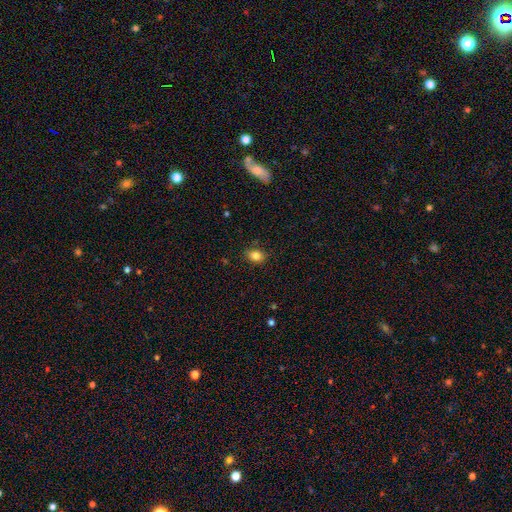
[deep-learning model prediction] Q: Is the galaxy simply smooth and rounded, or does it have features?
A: smooth — 83%.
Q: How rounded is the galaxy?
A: in between — 67%.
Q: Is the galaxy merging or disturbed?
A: none — 85%.